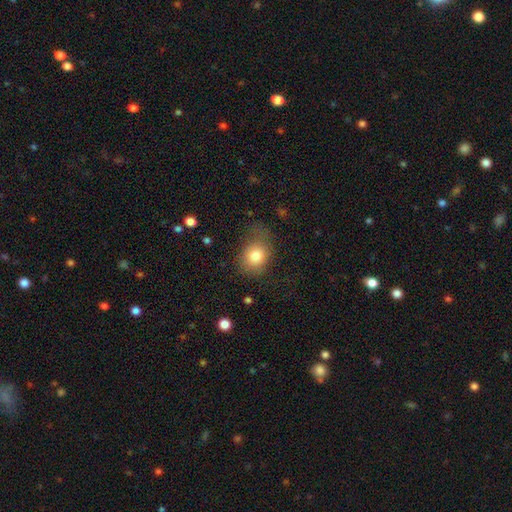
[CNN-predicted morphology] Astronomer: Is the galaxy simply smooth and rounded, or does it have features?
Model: smooth — 79%.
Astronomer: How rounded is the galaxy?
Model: round — 51% (runner-up: in between, 48%).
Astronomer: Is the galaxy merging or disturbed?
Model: none — 53%.